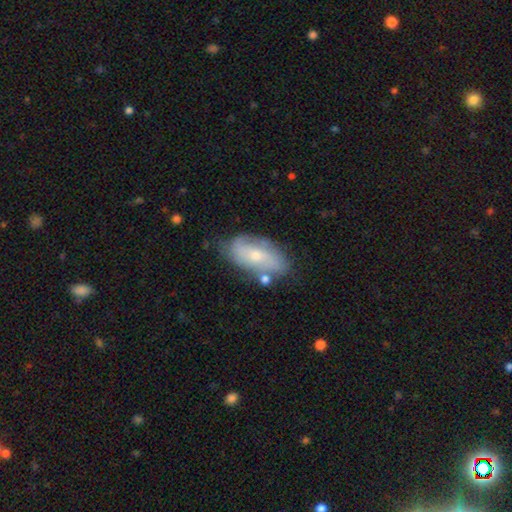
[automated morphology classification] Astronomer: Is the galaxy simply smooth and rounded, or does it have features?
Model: smooth — 47% (runner-up: featured or disk, 46%).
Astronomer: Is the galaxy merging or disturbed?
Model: none — 64%.